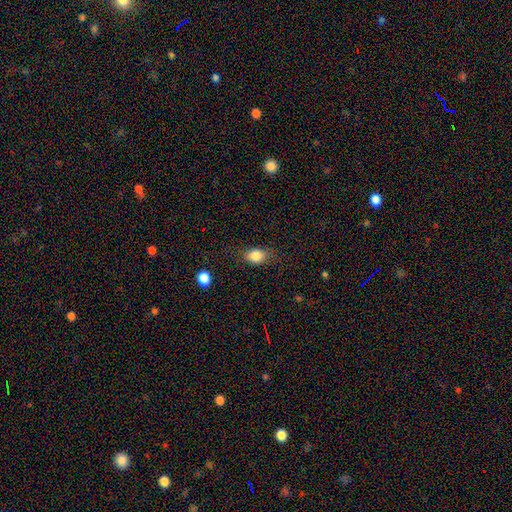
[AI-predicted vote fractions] This appears to be a smooth galaxy with no disk features (83%) that is in between round and cigar-shaped (65%). Merging: none (76%).